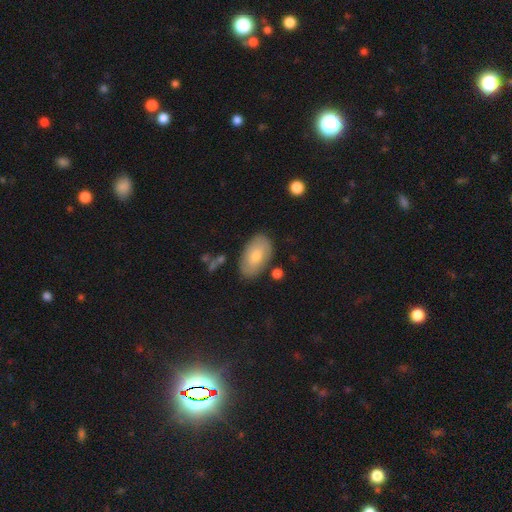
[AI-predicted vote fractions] smooth_or_featured: smooth (p=0.73) [alt: featured or disk p=0.20]
how_rounded: in between (p=0.94) [alt: round p=0.05]
merging: none (p=0.81) [alt: minor disturbance p=0.13]